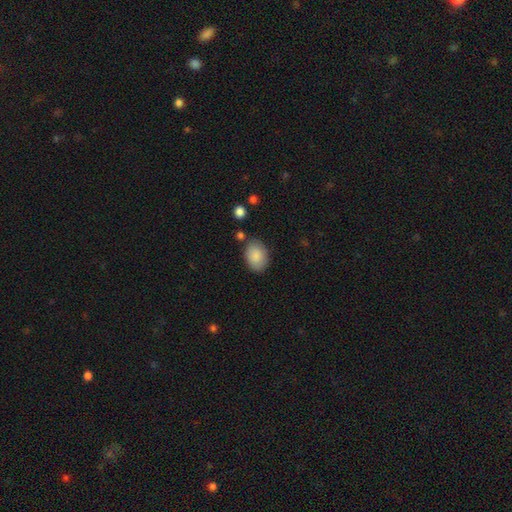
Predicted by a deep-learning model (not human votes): Smooth or featured? Predicted: smooth (p=0.88). How rounded? Predicted: in between (p=0.80). Merging? Predicted: none (p=0.76).